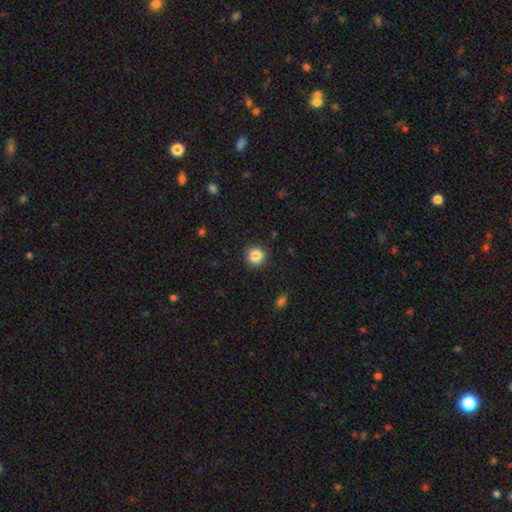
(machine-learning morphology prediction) Smooth or featured? smooth (86%)
How rounded? round (92%)
Merging? none (89%)